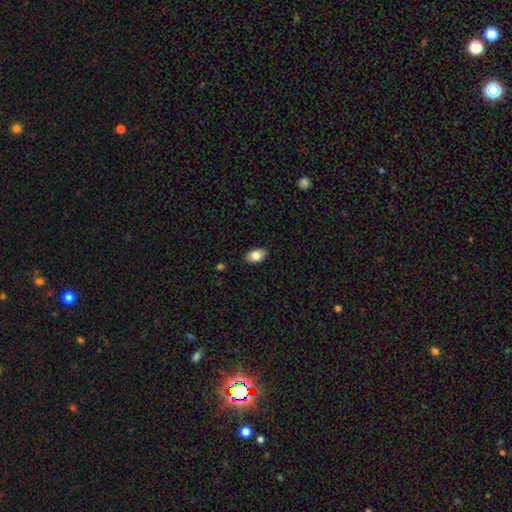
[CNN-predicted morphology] smooth-or-featured: smooth: 84% | featured or disk: 9% | star or artifact: 7%
  how-rounded: in between: 91% | round: 8% | cigar-shaped: 1%
  merging: none: 88% | minor disturbance: 9% | major disturbance: 2% | merger: 1%